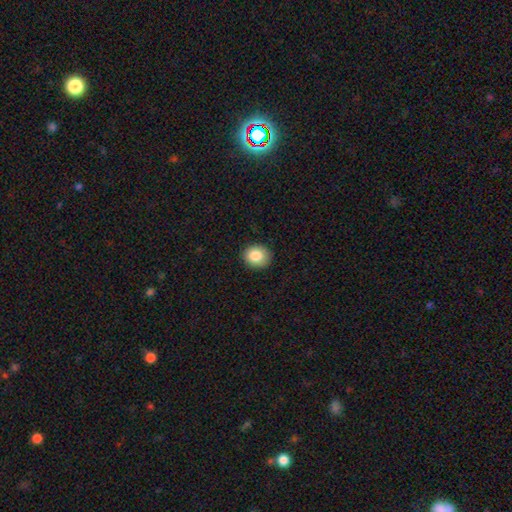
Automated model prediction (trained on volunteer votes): Overall: smooth (85%). How rounded: round (71%). Merging: none (89%).